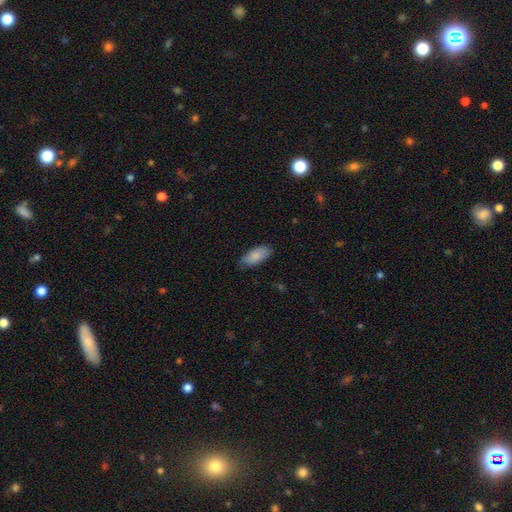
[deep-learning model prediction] A smooth galaxy with no disk features (86%) that is in between round and cigar-shaped (89%). Merging: none (81%).